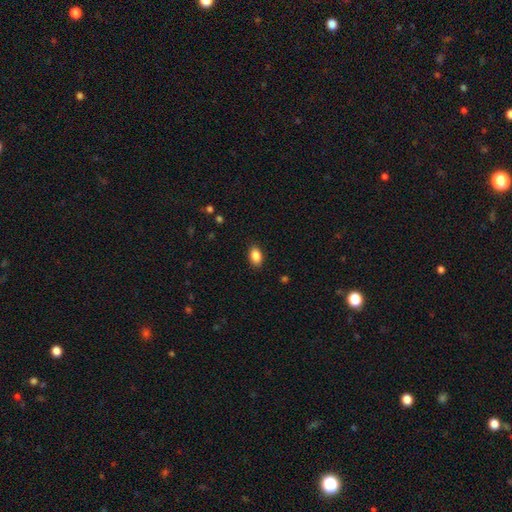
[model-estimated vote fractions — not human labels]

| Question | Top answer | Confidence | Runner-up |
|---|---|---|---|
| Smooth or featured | smooth | 87% | star or artifact (8%) |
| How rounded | in between | 88% | round (10%) |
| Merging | none | 88% | minor disturbance (9%) |